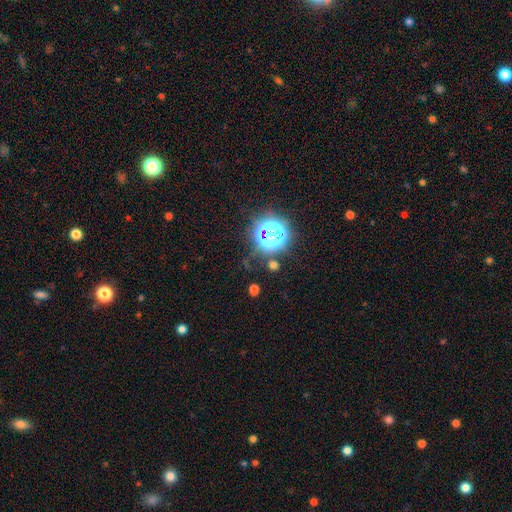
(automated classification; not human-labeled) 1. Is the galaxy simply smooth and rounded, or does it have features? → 82% star or artifact, 12% smooth, 6% featured or disk.